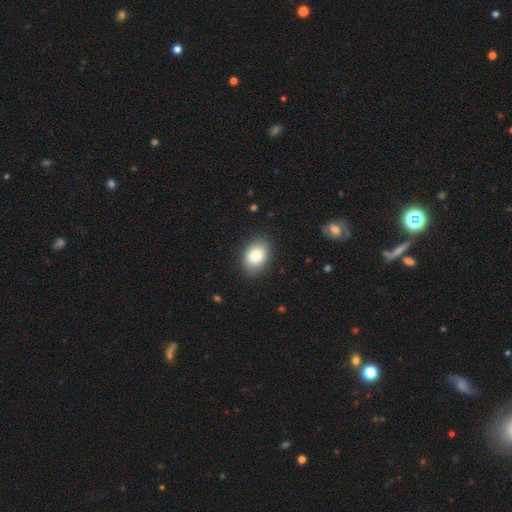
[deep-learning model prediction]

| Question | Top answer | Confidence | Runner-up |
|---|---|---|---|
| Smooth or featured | smooth | 84% | featured or disk (8%) |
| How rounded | in between | 77% | round (22%) |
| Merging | none | 85% | minor disturbance (11%) |